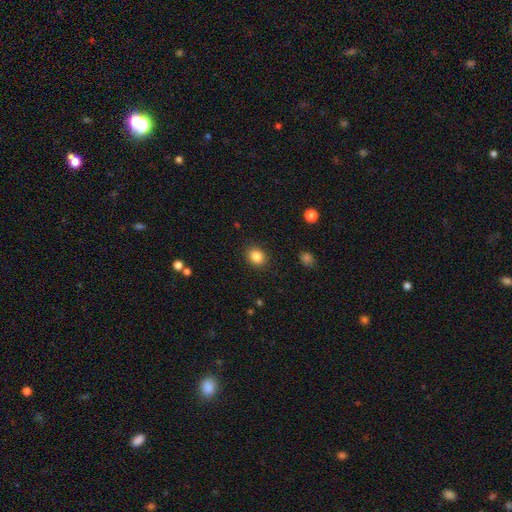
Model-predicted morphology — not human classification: A smooth galaxy with no disk features (85%) that is round (62%). Merging: none (89%).